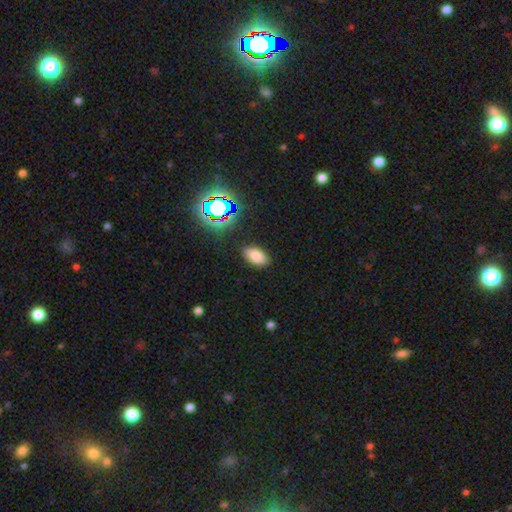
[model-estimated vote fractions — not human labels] Overall: smooth (75%). How rounded: in between (93%). Merging: none (86%).